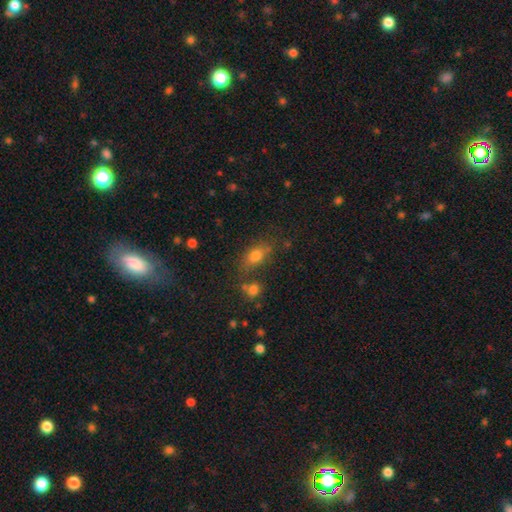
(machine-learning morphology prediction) A smooth galaxy with no disk features (74%) that is in between round and cigar-shaped (76%).

Vote fractions:
- Smooth or featured? smooth: 74% / star or artifact: 14% / featured or disk: 12%
- How rounded? in between: 76% / round: 16% / cigar-shaped: 9%
- Merging? none: 65% / minor disturbance: 16% / merger: 13% / major disturbance: 6%